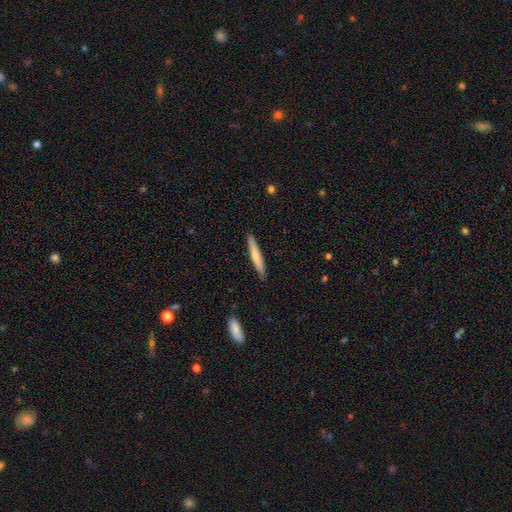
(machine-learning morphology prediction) A smooth galaxy with no disk features (65%) that is cigar-shaped (95%).

Vote fractions:
- Smooth or featured? smooth: 65% / featured or disk: 30% / star or artifact: 5%
- How rounded? cigar-shaped: 95% / in between: 4% / round: 1%
- Merging? none: 90% / minor disturbance: 8% / major disturbance: 1% / merger: 1%